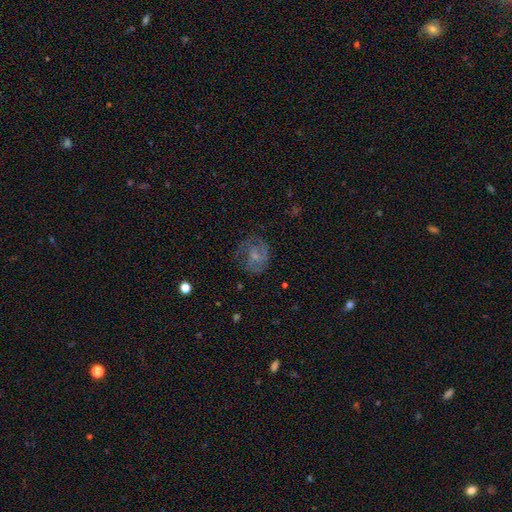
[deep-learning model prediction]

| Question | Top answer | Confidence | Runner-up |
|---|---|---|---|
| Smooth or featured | featured or disk | 60% | smooth (30%) |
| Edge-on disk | no | 98% | yes (2%) |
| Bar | no | 58% | weak (36%) |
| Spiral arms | yes | 77% | no (23%) |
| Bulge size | small | 54% | moderate (26%) |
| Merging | none | 57% | minor disturbance (21%) |